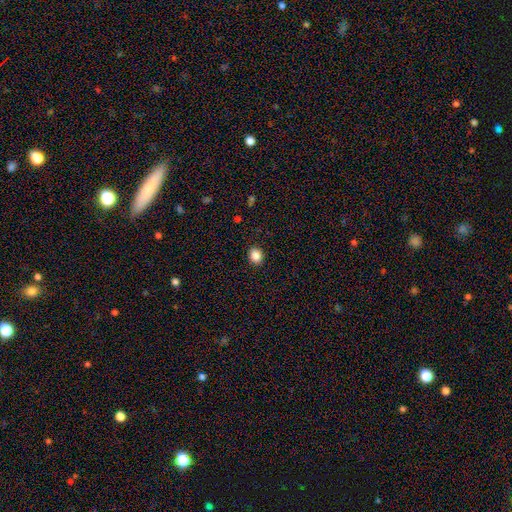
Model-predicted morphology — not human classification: This appears to be a smooth galaxy with no disk features (86%) that is round (60%). Merging: none (91%).